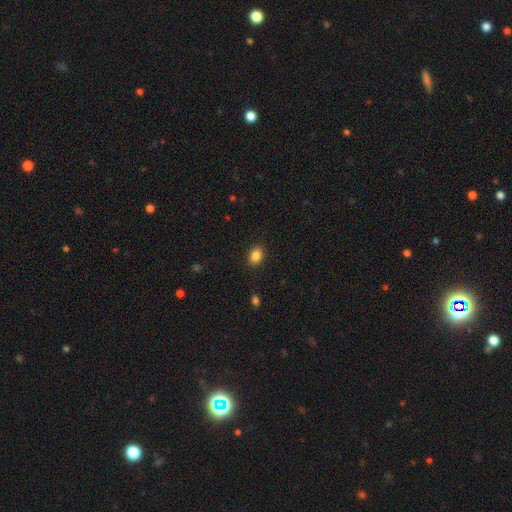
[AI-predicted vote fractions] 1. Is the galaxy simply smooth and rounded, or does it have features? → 86% smooth, 9% star or artifact, 5% featured or disk.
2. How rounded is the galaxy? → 70% in between, 29% round, 1% cigar-shaped.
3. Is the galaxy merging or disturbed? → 89% none, 8% minor disturbance, 2% major disturbance, 1% merger.